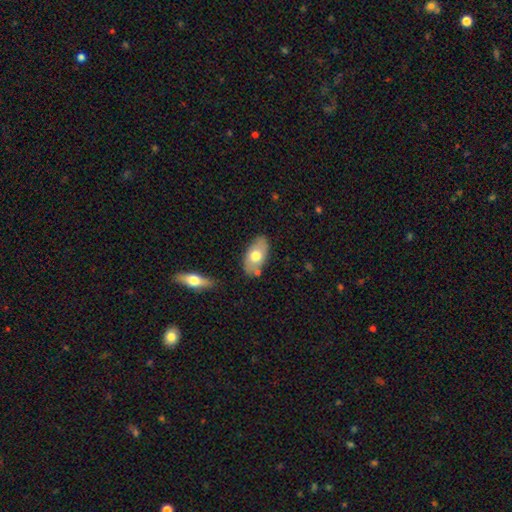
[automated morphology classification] smooth 65%, featured or disk 29%, star or artifact 6%. Down the decision tree: how rounded — in between (93%); merging — none (77%).